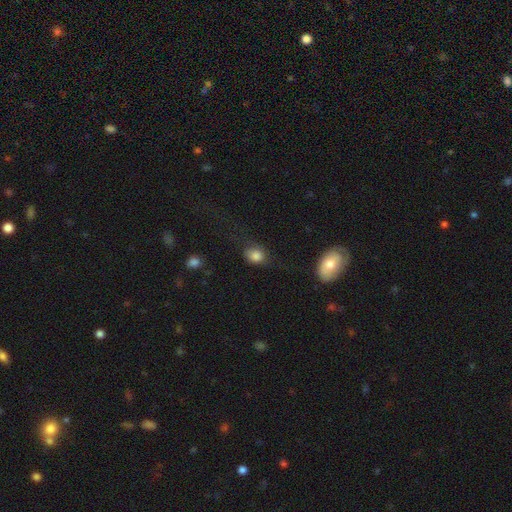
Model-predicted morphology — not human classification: A smooth galaxy with no disk features (81%) that is round (51%).

Vote fractions:
- Smooth or featured? smooth: 81% / star or artifact: 10% / featured or disk: 9%
- How rounded? round: 51% / in between: 47% / cigar-shaped: 2%
- Merging? none: 55% / minor disturbance: 24% / major disturbance: 17% / merger: 3%